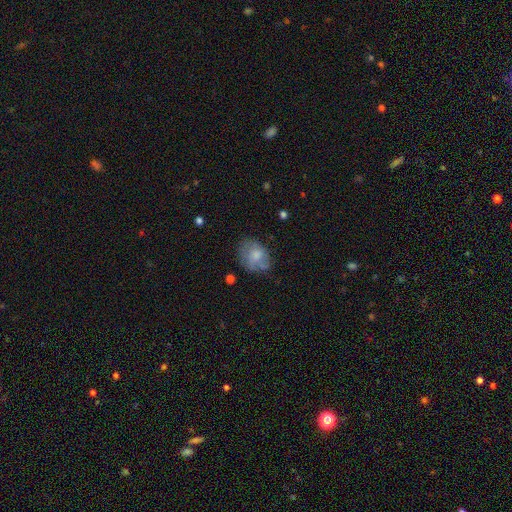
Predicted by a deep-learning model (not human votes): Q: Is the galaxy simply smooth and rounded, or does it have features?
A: smooth — 66%.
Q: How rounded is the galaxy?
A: in between — 60%.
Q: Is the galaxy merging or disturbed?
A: none — 54%.